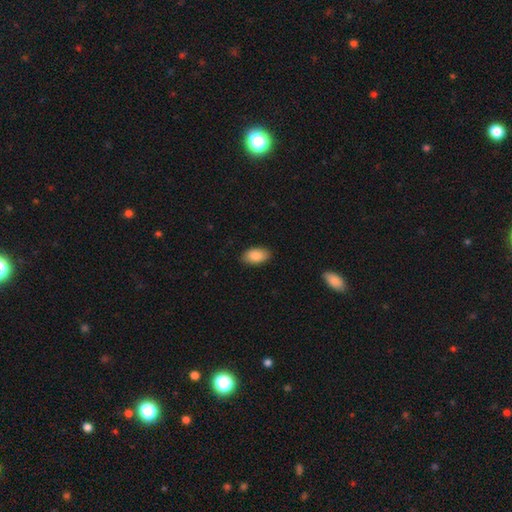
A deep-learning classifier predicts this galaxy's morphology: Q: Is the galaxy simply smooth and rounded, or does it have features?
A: smooth — 88%.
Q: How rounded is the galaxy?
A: in between — 94%.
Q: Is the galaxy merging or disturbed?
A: none — 87%.